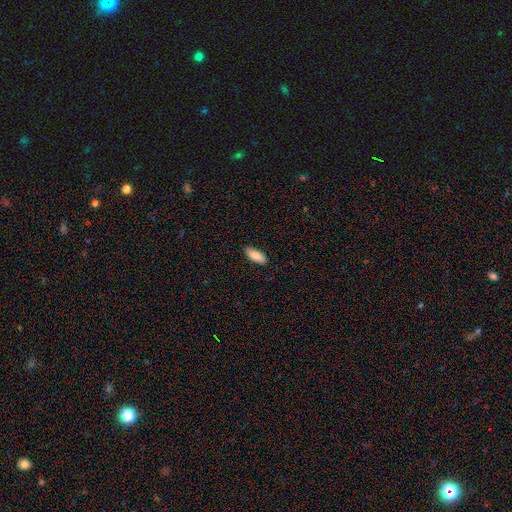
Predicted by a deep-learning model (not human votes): A smooth galaxy with no disk features (87%) that is in between round and cigar-shaped (79%).

Vote fractions:
- Smooth or featured? smooth: 87% / featured or disk: 7% / star or artifact: 6%
- How rounded? in between: 79% / cigar-shaped: 20% / round: 2%
- Merging? none: 87% / minor disturbance: 10% / major disturbance: 2% / merger: 1%